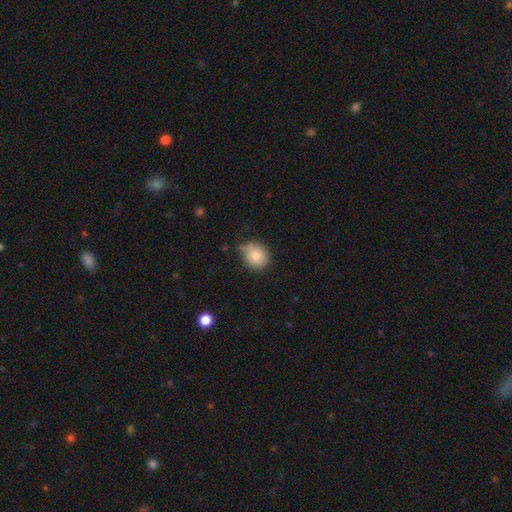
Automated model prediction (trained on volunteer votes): Smooth or featured? smooth (84%)
How rounded? round (68%)
Merging? none (61%)